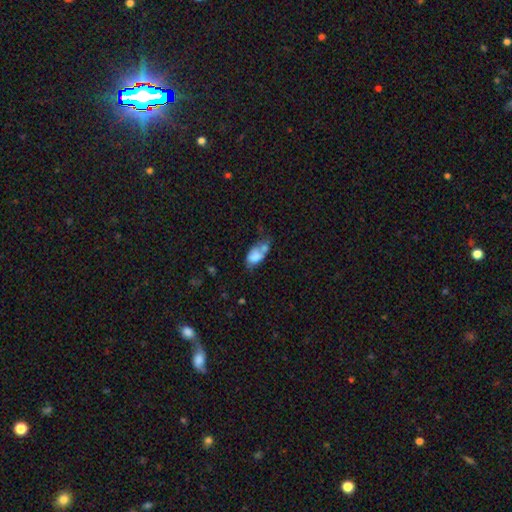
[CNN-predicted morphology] Smooth or featured: smooth — 69% (featured or disk — 21%)
How rounded: in between — 86% (round — 11%)
Merging: merger — 42% (none — 23%)